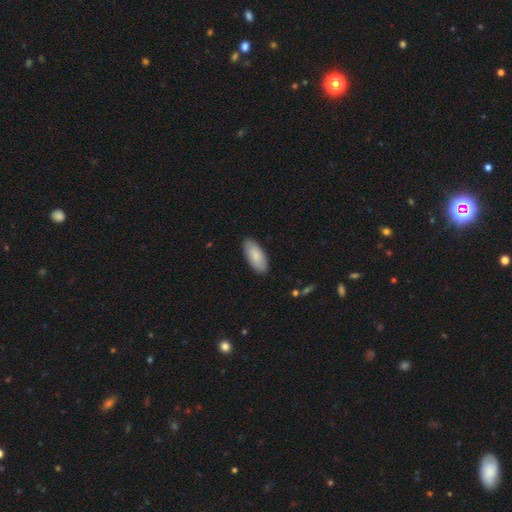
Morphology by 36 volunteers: Volunteers were most divided on "smooth or featured": smooth: 75%, featured or disk: 17%, star or artifact: 8%. More confident: merging — none (94%); how rounded — in between (89%).